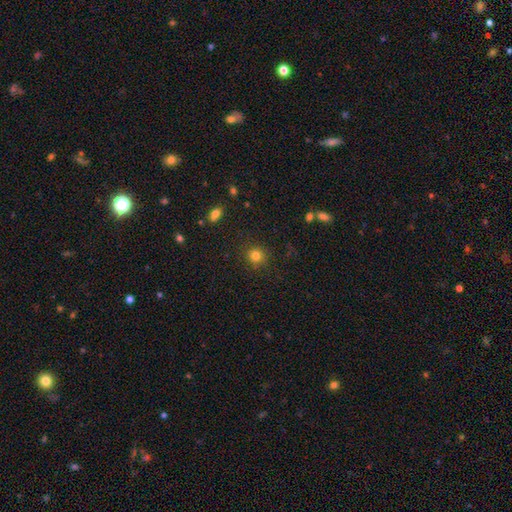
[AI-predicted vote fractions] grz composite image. It shows a smooth galaxy with no disk features (82%) that is round (90%). Merging: none (89%).